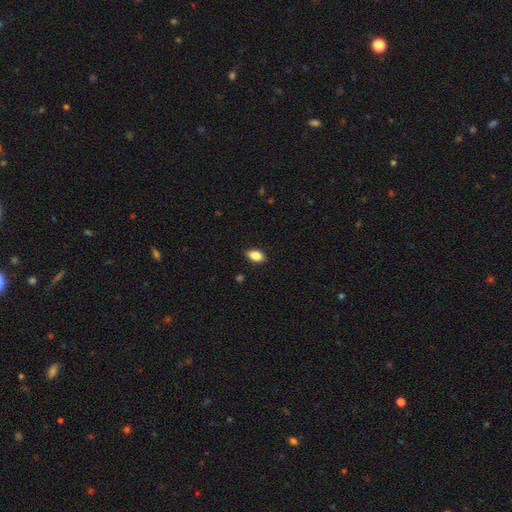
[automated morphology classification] smooth 86%, star or artifact 8%, featured or disk 6%. Down the decision tree: how rounded — in between (91%); merging — none (89%).